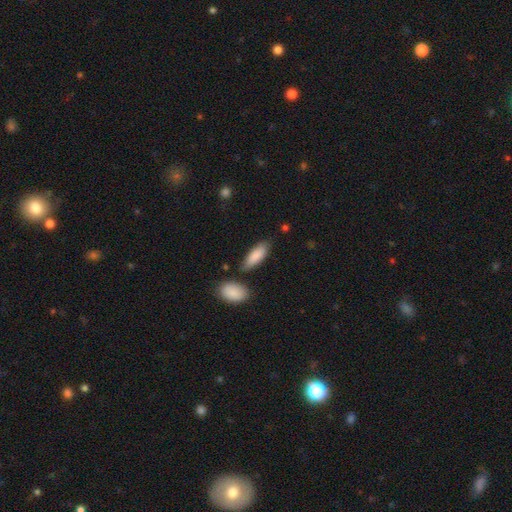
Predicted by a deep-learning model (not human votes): A smooth galaxy with no disk features (87%) that is in between round and cigar-shaped (71%). Merging: none (73%).